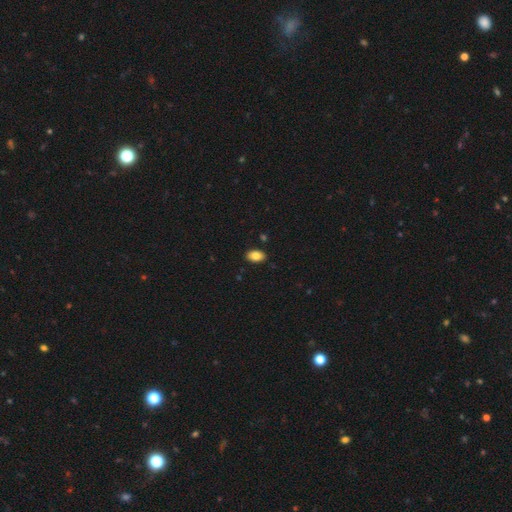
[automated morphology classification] Q: Smooth or featured?
A: smooth (84%); runner-up: featured or disk (8%)
Q: How rounded?
A: in between (90%); runner-up: round (8%)
Q: Merging?
A: none (89%); runner-up: minor disturbance (8%)